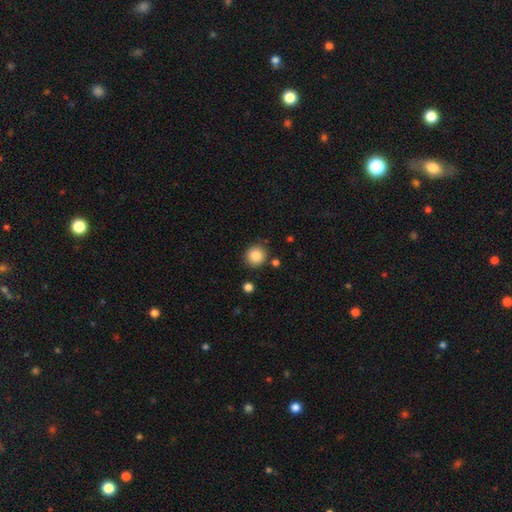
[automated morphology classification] Smooth or featured? smooth (86%)
How rounded? round (92%)
Merging? none (86%)